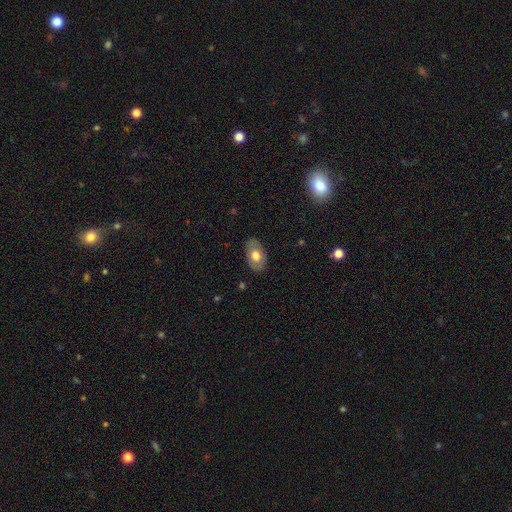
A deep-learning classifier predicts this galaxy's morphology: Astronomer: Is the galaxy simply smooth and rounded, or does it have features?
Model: smooth — 68%.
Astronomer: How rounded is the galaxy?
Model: in between — 91%.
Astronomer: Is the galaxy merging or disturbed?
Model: none — 85%.